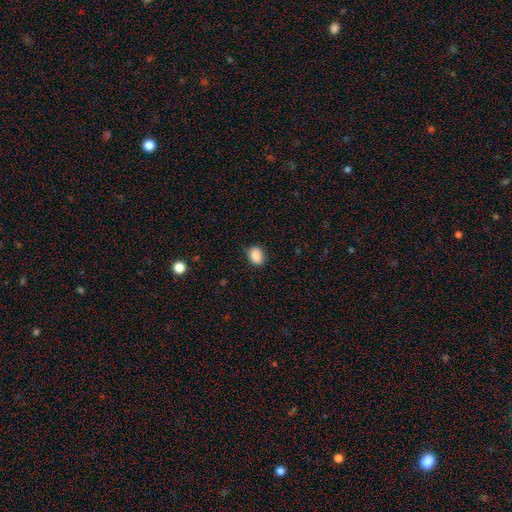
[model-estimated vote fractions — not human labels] A smooth galaxy with no disk features (87%) that is in between round and cigar-shaped (62%).

Vote fractions:
- Smooth or featured? smooth: 87% / star or artifact: 8% / featured or disk: 5%
- How rounded? in between: 62% / round: 37% / cigar-shaped: 1%
- Merging? none: 82% / minor disturbance: 15% / major disturbance: 3% / merger: 1%